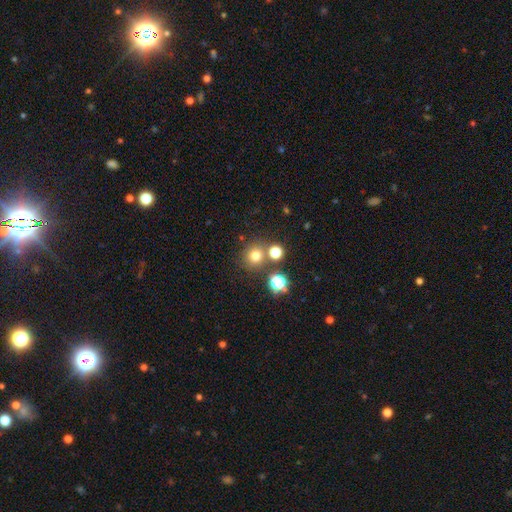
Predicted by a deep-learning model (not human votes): Morphology: type=smooth (73%); roundness=round (90%); merging=none (74%).